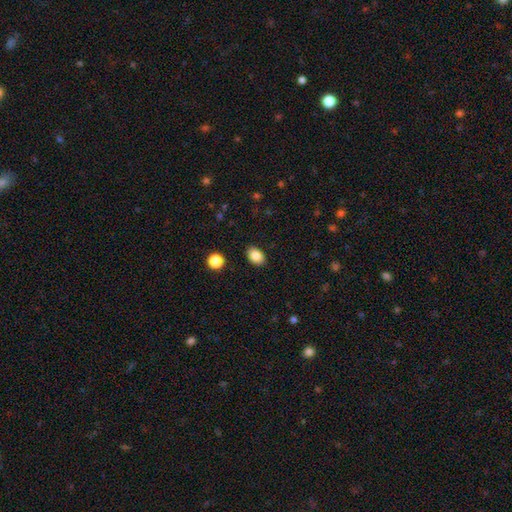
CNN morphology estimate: Smooth or featured? smooth (86%)
How rounded? in between (78%)
Merging? none (89%)